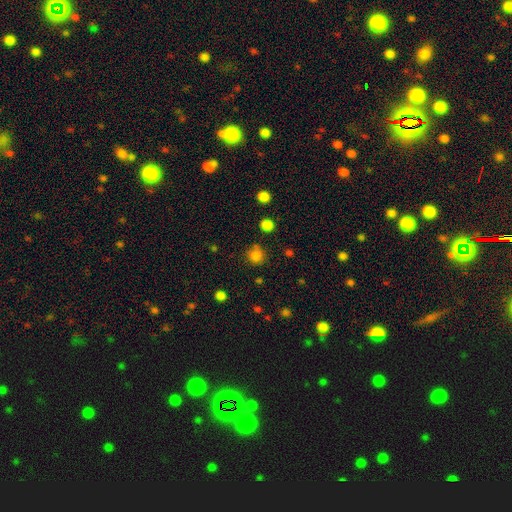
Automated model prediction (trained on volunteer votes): This appears to be a smooth galaxy with no disk features (81%) that is round (88%). Merging: none (75%).